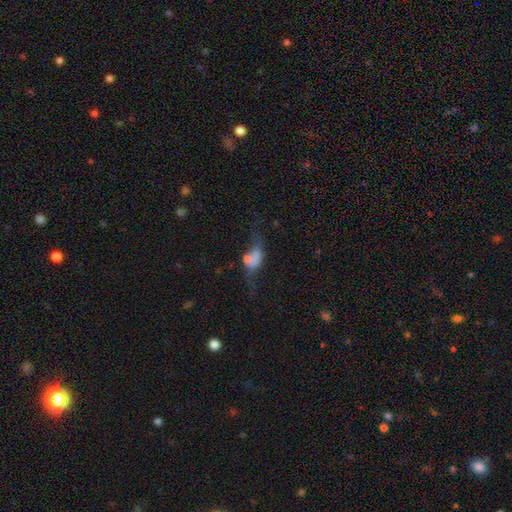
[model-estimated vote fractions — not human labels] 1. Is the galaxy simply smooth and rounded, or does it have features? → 41% featured or disk, 38% smooth, 22% star or artifact.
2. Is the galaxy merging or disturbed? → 37% none, 27% major disturbance, 19% minor disturbance, 16% merger.